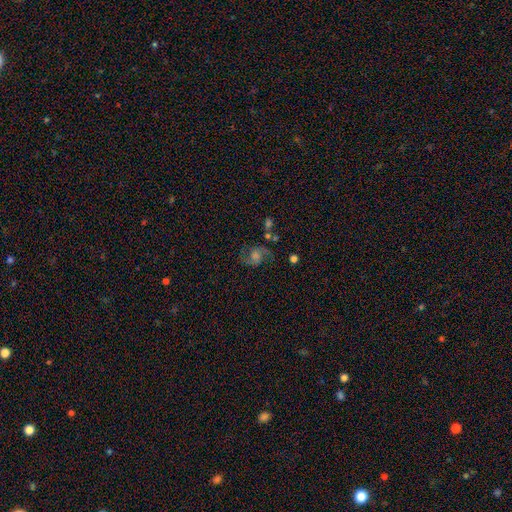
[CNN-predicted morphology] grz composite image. It shows a featured or disk galaxy (80%) with no bar (56%), 2 (92%) medium (53%) spiral arms (96%) and a moderate central bulge (45%). Merging: none (76%).